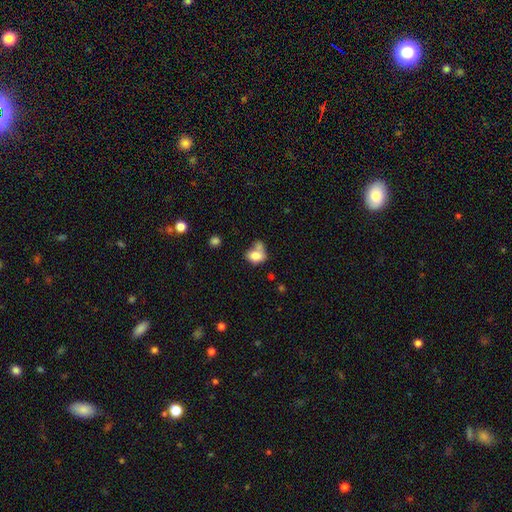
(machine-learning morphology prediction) Smooth or featured?
  - smooth: 76% *
  - featured or disk: 14%
  - star or artifact: 10%
How rounded?
  - in between: 61% *
  - round: 37%
  - cigar-shaped: 1%
Merging?
  - merger: 38% *
  - none: 30%
  - minor disturbance: 19%
  - major disturbance: 13%